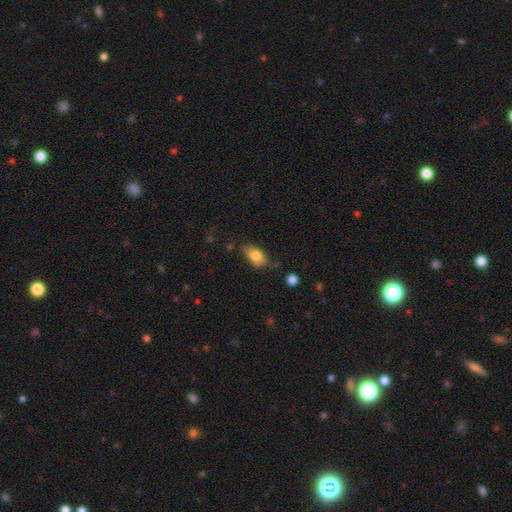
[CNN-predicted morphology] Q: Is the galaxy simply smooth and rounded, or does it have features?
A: smooth — 83%.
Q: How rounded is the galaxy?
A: in between — 89%.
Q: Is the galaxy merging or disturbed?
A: none — 70%.